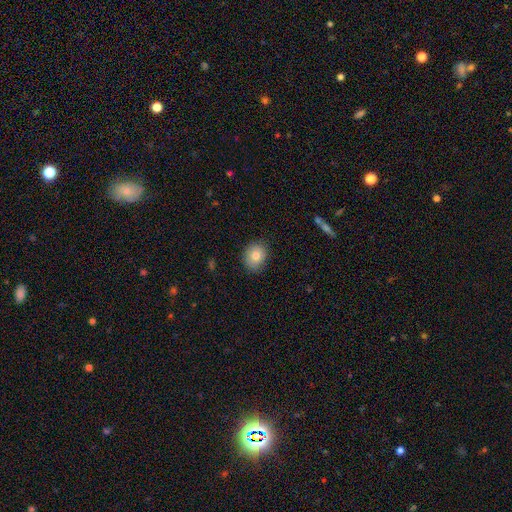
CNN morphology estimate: Smooth or featured? Predicted: smooth (p=0.81). How rounded? Predicted: round (p=0.64). Merging? Predicted: none (p=0.84).